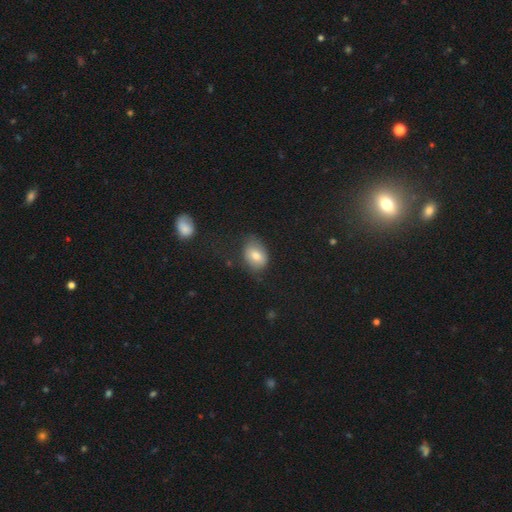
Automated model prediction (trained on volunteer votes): Morphology: type=smooth (77%); roundness=in between (68%); merging=none (65%).